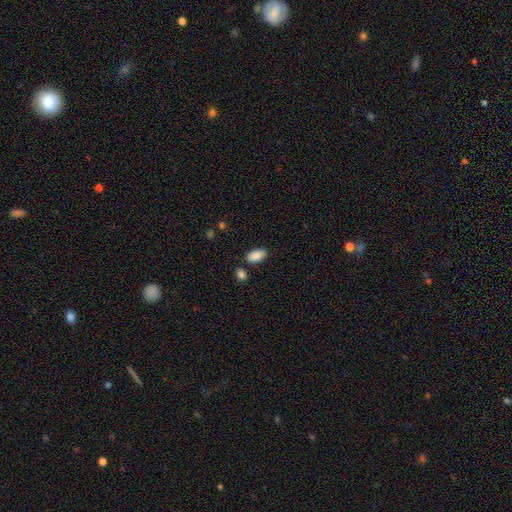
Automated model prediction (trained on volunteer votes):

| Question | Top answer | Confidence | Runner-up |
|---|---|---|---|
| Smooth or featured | smooth | 89% | star or artifact (7%) |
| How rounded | in between | 92% | cigar-shaped (5%) |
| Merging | none | 80% | minor disturbance (11%) |